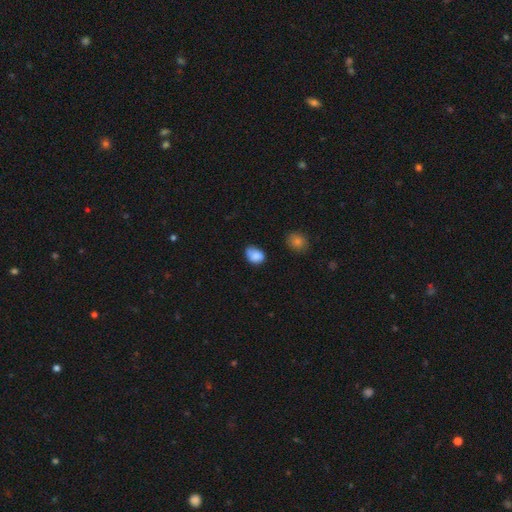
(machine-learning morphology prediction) Overall: smooth (84%). How rounded: in between (71%). Merging: none (52%; minor disturbance 36%).